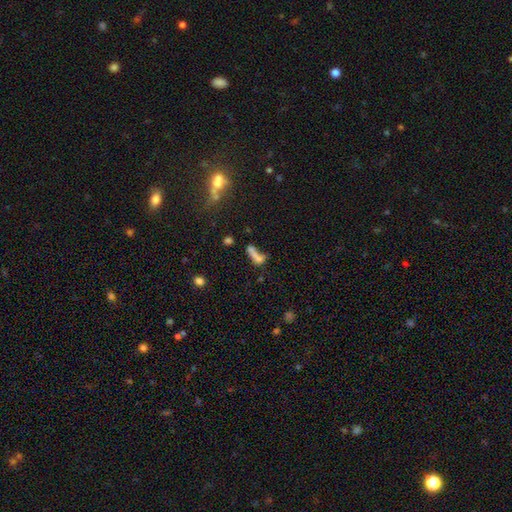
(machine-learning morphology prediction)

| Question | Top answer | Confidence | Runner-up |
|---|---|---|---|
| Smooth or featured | smooth | 60% | featured or disk (23%) |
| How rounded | in between | 51% | cigar-shaped (31%) |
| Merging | merger | 54% | none (24%) |